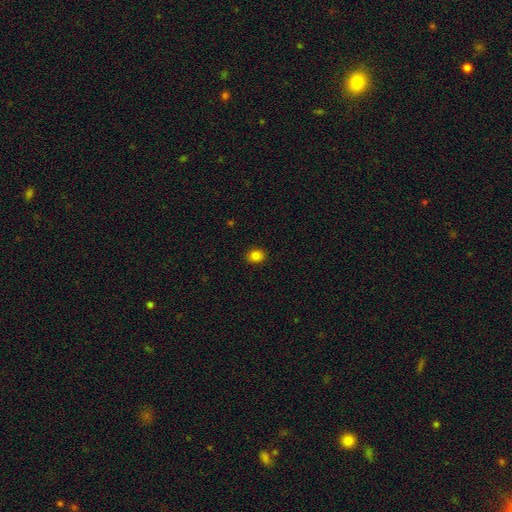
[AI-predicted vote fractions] Smooth or featured? Predicted: smooth (p=0.83). How rounded? Predicted: round (p=0.52). Merging? Predicted: none (p=0.90).